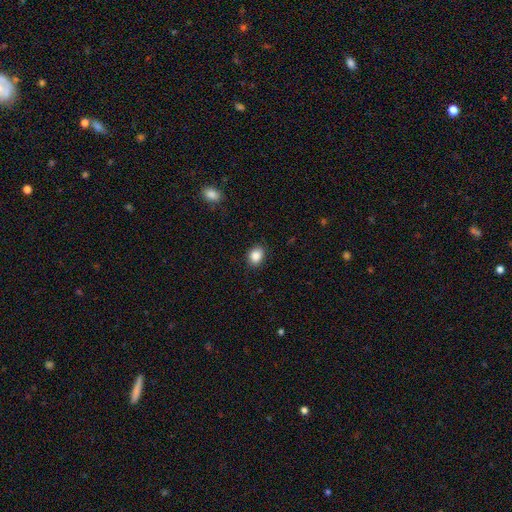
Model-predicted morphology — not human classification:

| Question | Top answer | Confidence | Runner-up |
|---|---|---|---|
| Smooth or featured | smooth | 88% | star or artifact (9%) |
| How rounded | in between | 53% | round (46%) |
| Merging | none | 85% | minor disturbance (11%) |